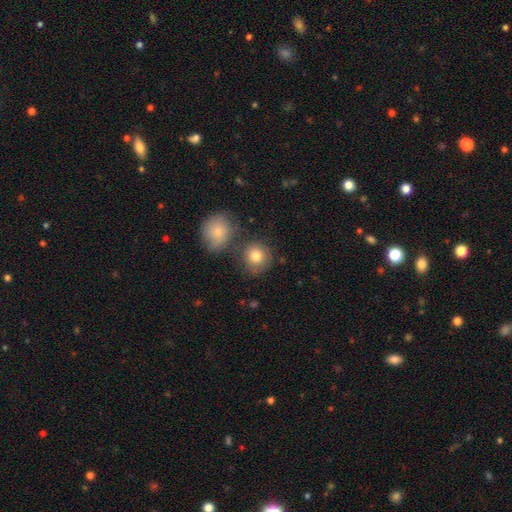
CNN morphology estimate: smooth_or_featured: smooth (p=0.80) [alt: star or artifact p=0.10]
how_rounded: round (p=0.88) [alt: in between p=0.11]
merging: none (p=0.71) [alt: merger p=0.14]